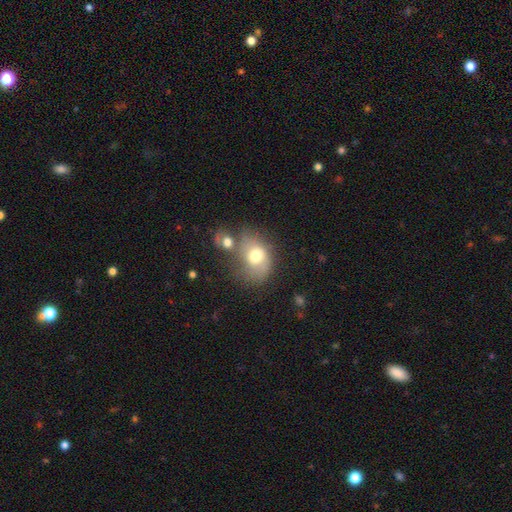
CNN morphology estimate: Q: Smooth or featured?
A: smooth (60%); runner-up: featured or disk (31%)
Q: How rounded?
A: in between (66%); runner-up: round (32%)
Q: Merging?
A: none (35%); runner-up: merger (29%)